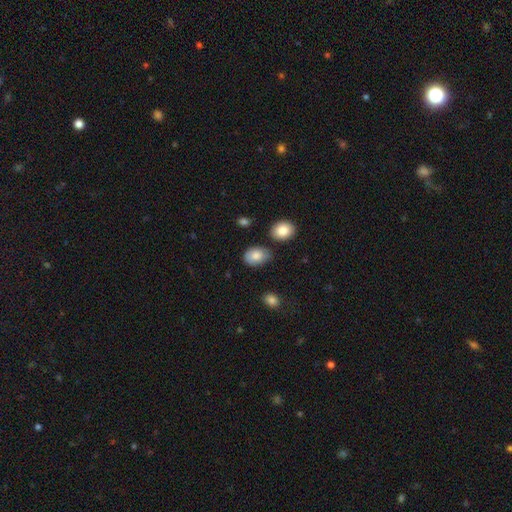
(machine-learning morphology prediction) Overall: smooth (81%). How rounded: in between (82%). Merging: none (68%).